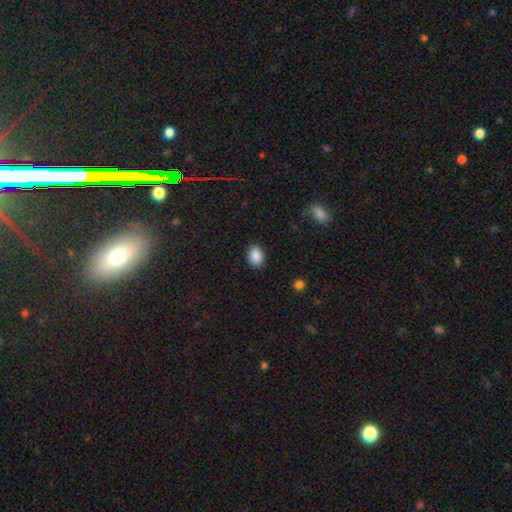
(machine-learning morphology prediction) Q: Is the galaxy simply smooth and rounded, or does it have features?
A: smooth — 88%.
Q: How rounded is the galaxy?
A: in between — 56%.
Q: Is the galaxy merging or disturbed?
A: none — 88%.